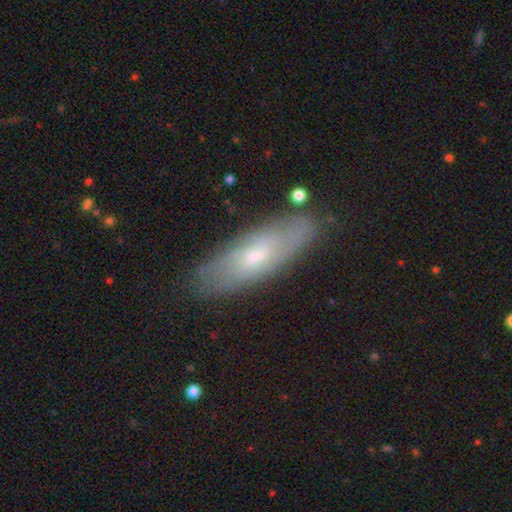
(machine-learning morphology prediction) Q: Smooth or featured?
A: featured or disk (53%); runner-up: smooth (38%)
Q: Edge-on disk?
A: no (66%); runner-up: yes (34%)
Q: Merging?
A: none (82%); runner-up: minor disturbance (13%)